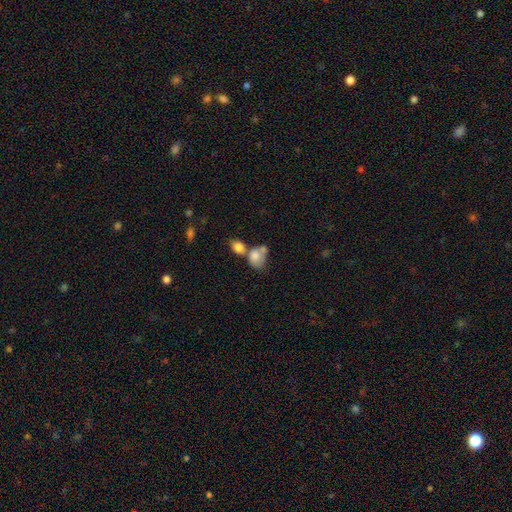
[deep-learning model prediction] Q: Smooth or featured?
A: smooth (78%); runner-up: featured or disk (14%)
Q: How rounded?
A: in between (64%); runner-up: round (35%)
Q: Merging?
A: merger (58%); runner-up: none (22%)